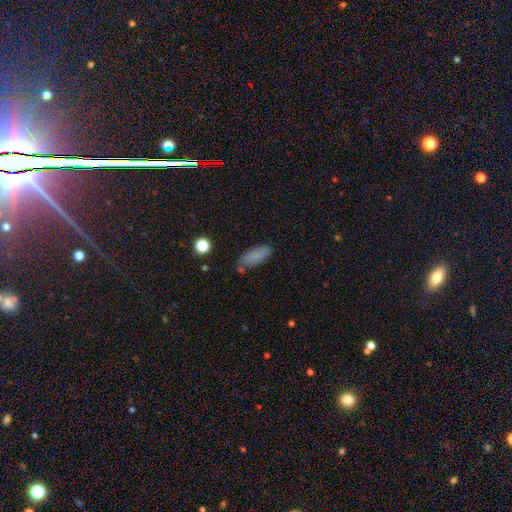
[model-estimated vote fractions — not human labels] smooth 83%, star or artifact 10%, featured or disk 8%. Down the decision tree: how rounded — in between (71%); merging — none (73%).